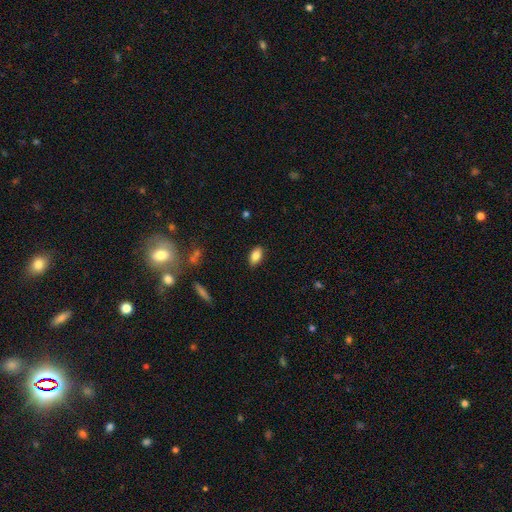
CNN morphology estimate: This is clearly a smooth galaxy (85%). How rounded: clearly in between (91%). Merging: clearly none (87%).